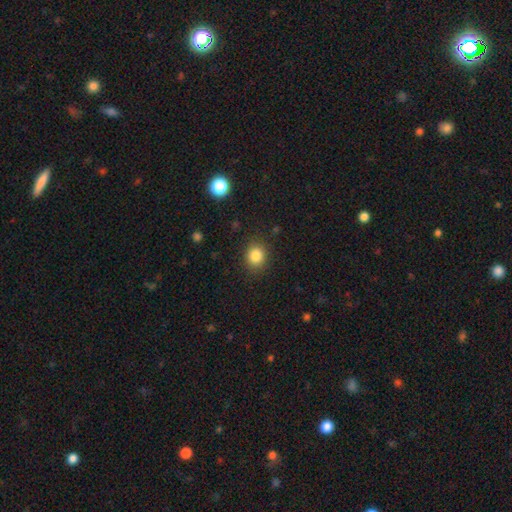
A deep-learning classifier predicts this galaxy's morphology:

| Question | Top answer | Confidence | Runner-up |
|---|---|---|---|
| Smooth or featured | smooth | 84% | star or artifact (11%) |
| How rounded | round | 73% | in between (26%) |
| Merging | none | 87% | minor disturbance (9%) |